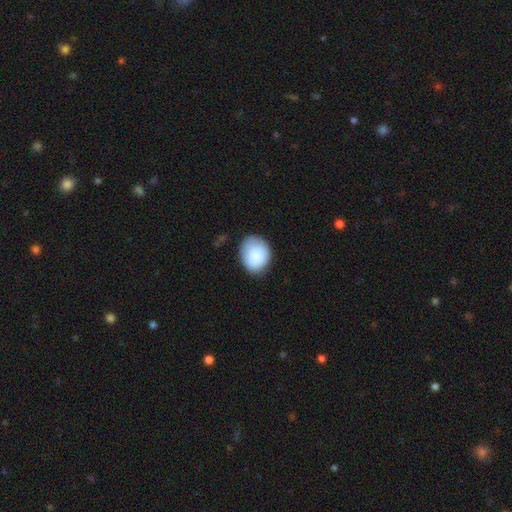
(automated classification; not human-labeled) A smooth galaxy with no disk features (88%) that is round (57%). Merging: none (76%).